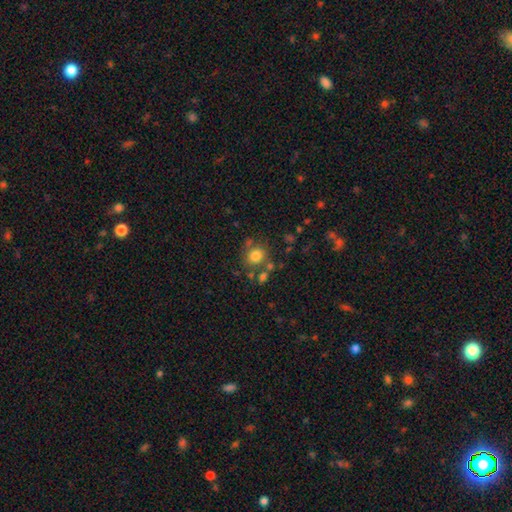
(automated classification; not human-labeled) smooth-or-featured: smooth: 78% | star or artifact: 13% | featured or disk: 9%
  how-rounded: round: 81% | in between: 18% | cigar-shaped: 1%
  merging: none: 69% | merger: 13% | minor disturbance: 12% | major disturbance: 5%